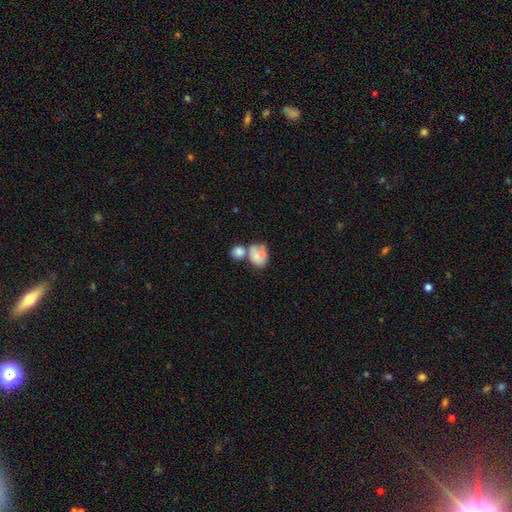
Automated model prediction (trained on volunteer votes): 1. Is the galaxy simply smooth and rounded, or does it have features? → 67% smooth, 25% featured or disk, 8% star or artifact.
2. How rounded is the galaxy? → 58% in between, 41% round, 1% cigar-shaped.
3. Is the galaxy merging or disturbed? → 57% merger, 23% none, 12% minor disturbance, 8% major disturbance.